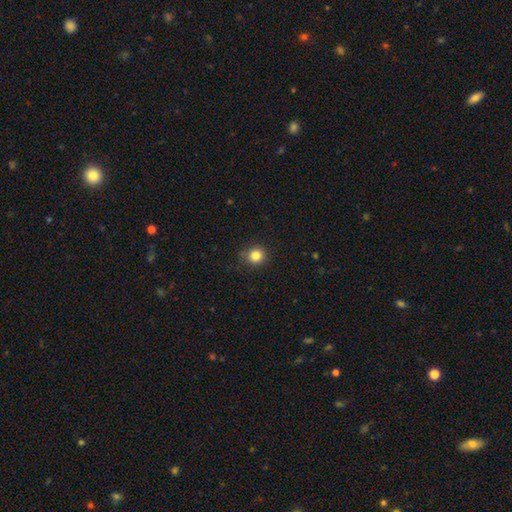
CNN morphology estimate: This appears to be a smooth galaxy with no disk features (83%) that is round (91%). Merging: none (85%).